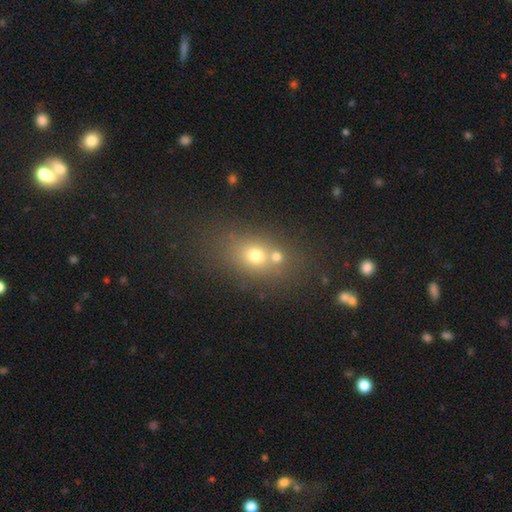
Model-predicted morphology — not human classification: smooth_or_featured: smooth (p=0.65) [alt: featured or disk p=0.18]
how_rounded: in between (p=0.56) [alt: round p=0.42]
merging: none (p=0.53) [alt: merger p=0.31]